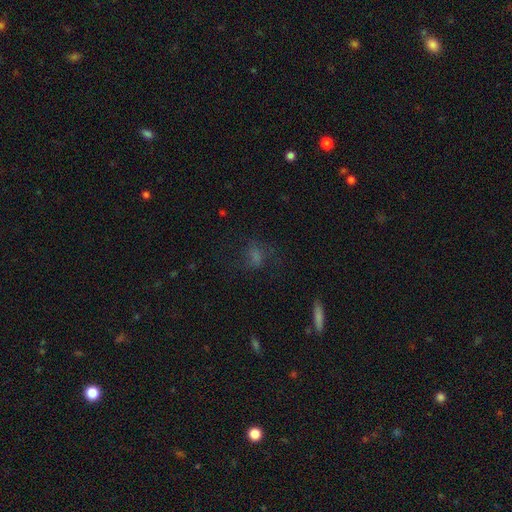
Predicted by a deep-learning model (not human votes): Smooth or featured? Predicted: smooth (p=0.49). Merging? Predicted: none (p=0.61).